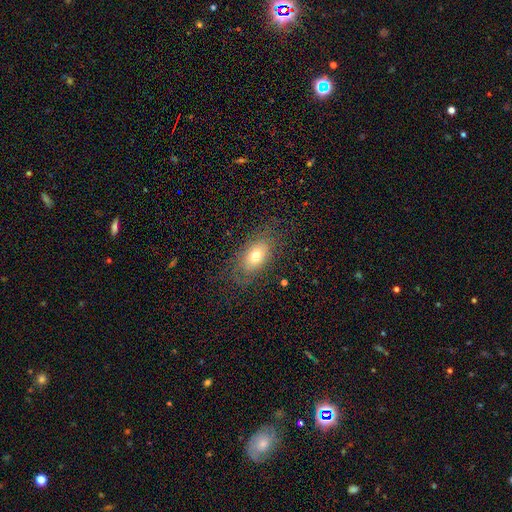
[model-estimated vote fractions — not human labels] A smooth galaxy with no disk features (62%) that is in between round and cigar-shaped (87%). Merging: none (73%).